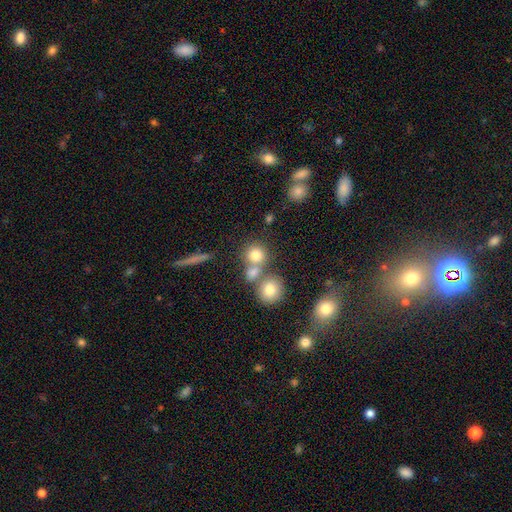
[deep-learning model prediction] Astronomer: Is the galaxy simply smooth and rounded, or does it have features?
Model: smooth — 77%.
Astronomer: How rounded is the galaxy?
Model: round — 85%.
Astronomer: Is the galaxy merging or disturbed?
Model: none — 54% (runner-up: merger, 33%).